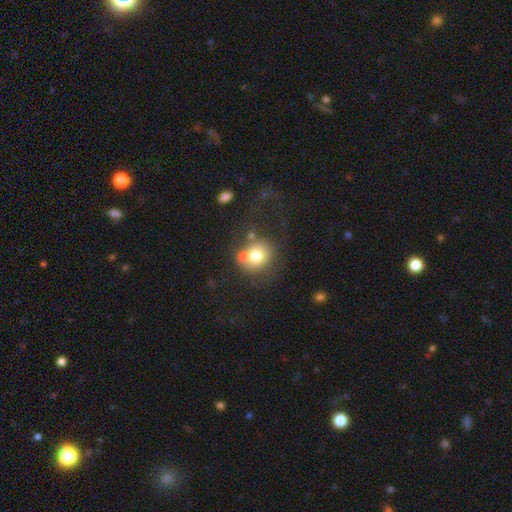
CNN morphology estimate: Smooth or featured?
  - smooth: 72% *
  - featured or disk: 17%
  - star or artifact: 11%
How rounded?
  - round: 83% *
  - in between: 17%
  - cigar-shaped: 1%
Merging?
  - none: 54% *
  - merger: 24%
  - minor disturbance: 14%
  - major disturbance: 9%